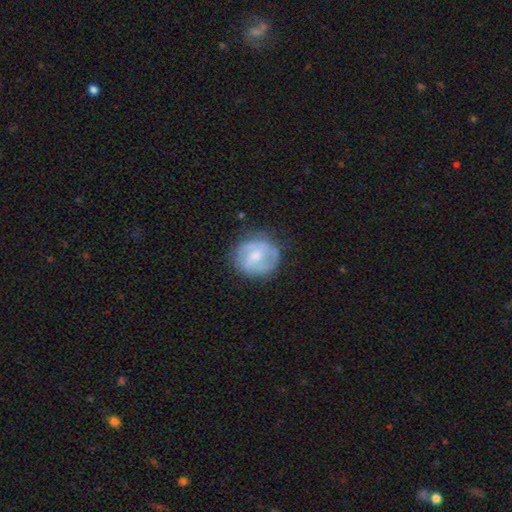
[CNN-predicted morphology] This is possibly a featured or disk galaxy (60%). It is clearly not viewed edge-on (97%). Bar: possibly weak (52%). Spiral arm pattern: likely yes (73%). Central bulge: possibly moderate (47%). Merging: likely none (69%).